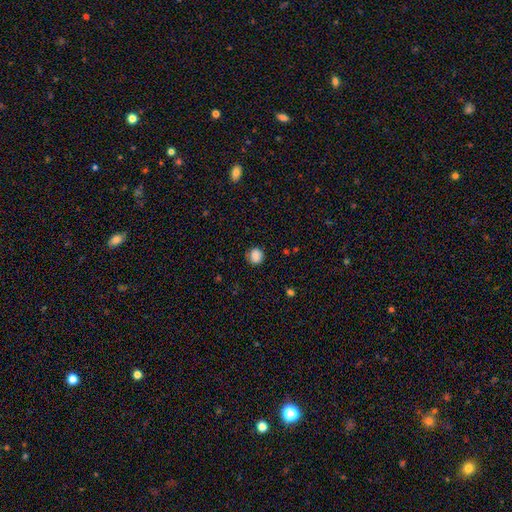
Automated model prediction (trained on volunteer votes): Morphology: type=smooth (86%); roundness=round (83%); merging=none (81%).